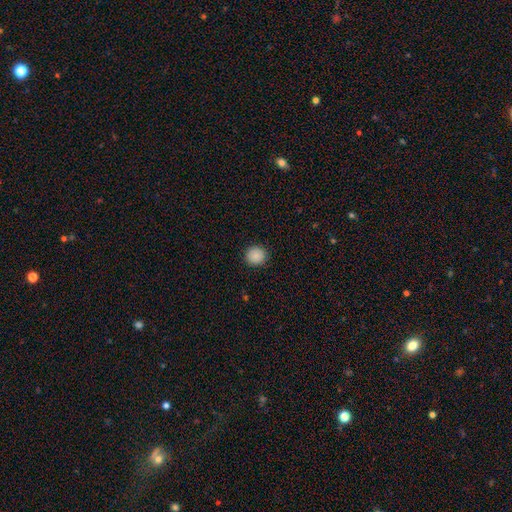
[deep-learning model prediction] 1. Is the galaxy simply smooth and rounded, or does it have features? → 89% smooth, 8% star or artifact, 3% featured or disk.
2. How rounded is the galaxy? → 92% round, 7% in between, 1% cigar-shaped.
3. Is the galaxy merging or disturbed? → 92% none, 5% minor disturbance, 2% major disturbance, 1% merger.